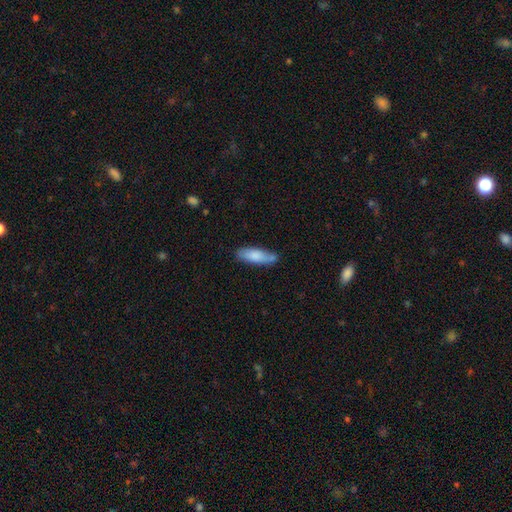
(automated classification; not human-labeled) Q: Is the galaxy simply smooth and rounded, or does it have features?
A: smooth — 78%.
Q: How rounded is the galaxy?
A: in between — 54%.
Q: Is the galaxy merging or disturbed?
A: none — 68%.